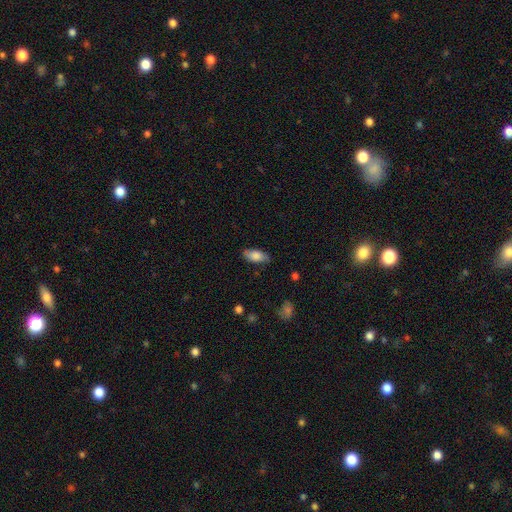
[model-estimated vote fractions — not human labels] Smooth or featured: smooth — 78% (featured or disk — 15%)
How rounded: in between — 86% (cigar-shaped — 11%)
Merging: none — 82% (minor disturbance — 14%)